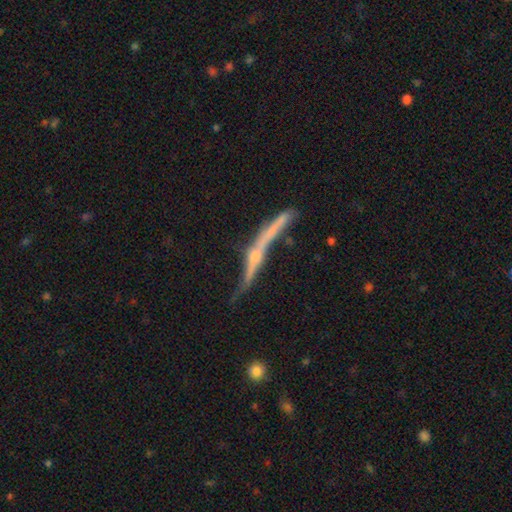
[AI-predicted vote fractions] This appears to be a featured or disk galaxy (71%) viewed edge-on (85%) with a rounded central bulge (58%). Merging: none (45%).